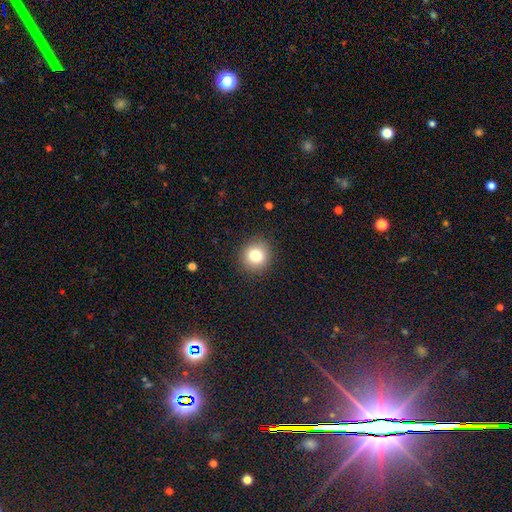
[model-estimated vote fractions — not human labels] Smooth or featured?
  - smooth: 82% *
  - star or artifact: 11%
  - featured or disk: 8%
How rounded?
  - round: 90% *
  - in between: 10%
  - cigar-shaped: 1%
Merging?
  - none: 90% *
  - minor disturbance: 6%
  - major disturbance: 2%
  - merger: 1%